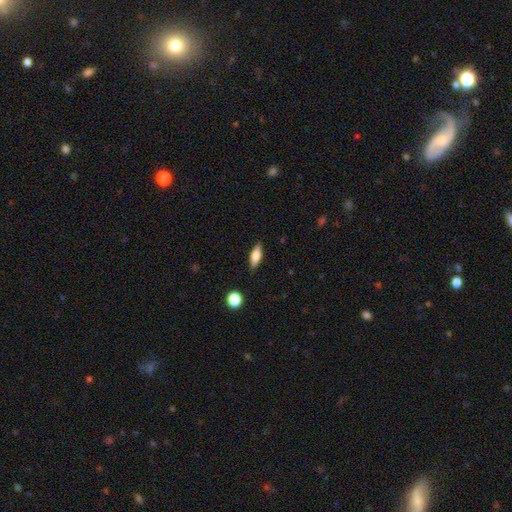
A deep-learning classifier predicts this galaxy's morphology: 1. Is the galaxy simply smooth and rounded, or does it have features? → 72% smooth, 21% featured or disk, 7% star or artifact.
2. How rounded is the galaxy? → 62% in between, 35% cigar-shaped, 3% round.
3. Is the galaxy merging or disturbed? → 87% none, 9% minor disturbance, 2% major disturbance, 1% merger.